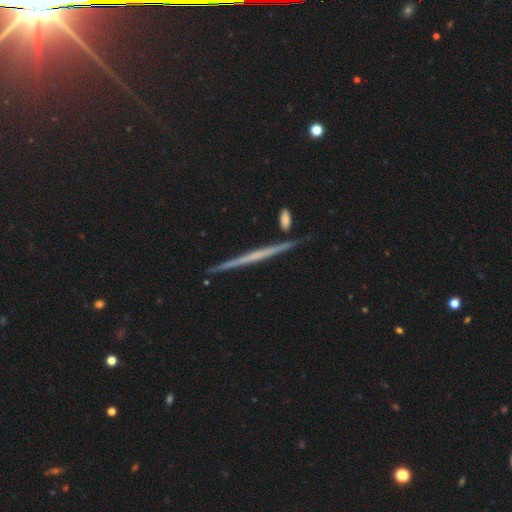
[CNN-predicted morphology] smooth-or-featured: featured or disk: 66% | smooth: 24% | star or artifact: 10%
  disk-edge-on: yes: 98% | no: 2%
    edge-on-bulge: none: 77% | rounded: 16% | boxy: 7%
  merging: none: 89% | minor disturbance: 7% | merger: 3% | major disturbance: 2%